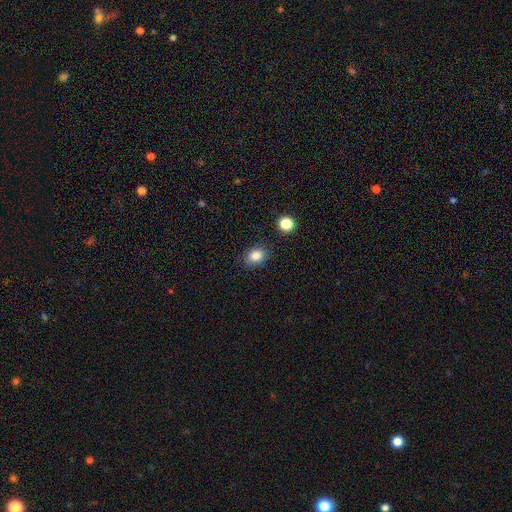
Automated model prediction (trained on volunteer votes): Smooth or featured: smooth — 85% (star or artifact — 10%)
How rounded: in between — 60% (round — 39%)
Merging: none — 85% (minor disturbance — 10%)